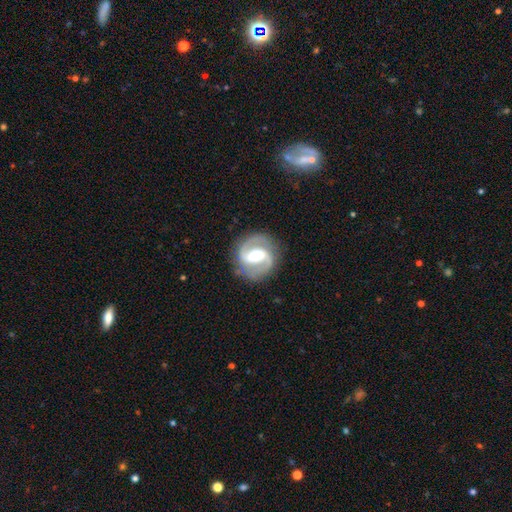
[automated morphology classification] This is clearly a featured or disk galaxy (88%). It is clearly not viewed edge-on (98%). Bar: possibly strong (47%). Spiral arm pattern: clearly yes (96%). Spiral arm count: clearly 2 (93%). Spiral winding: possibly medium (56%). Central bulge: likely moderate (66%). Merging: clearly none (85%).